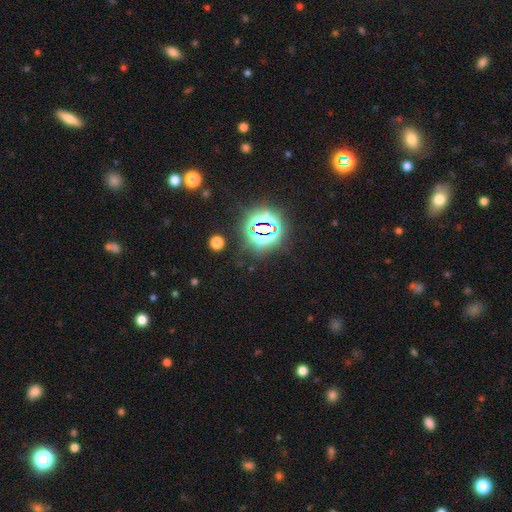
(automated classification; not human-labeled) star or artifact 79%, smooth 13%, featured or disk 7%.